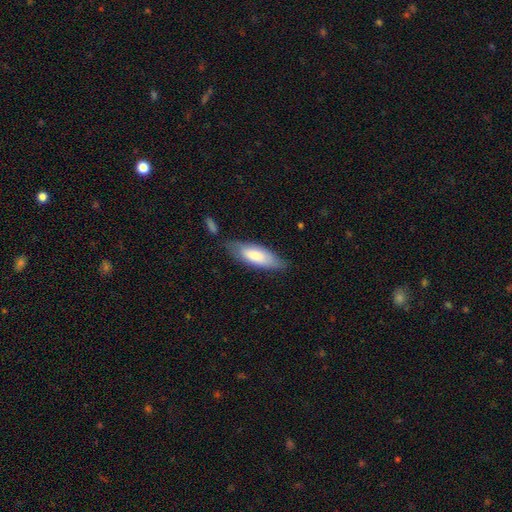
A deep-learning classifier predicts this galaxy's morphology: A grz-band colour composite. It shows a smooth galaxy with no disk features (76%) that is in between round and cigar-shaped (65%). Merging: none (66%).